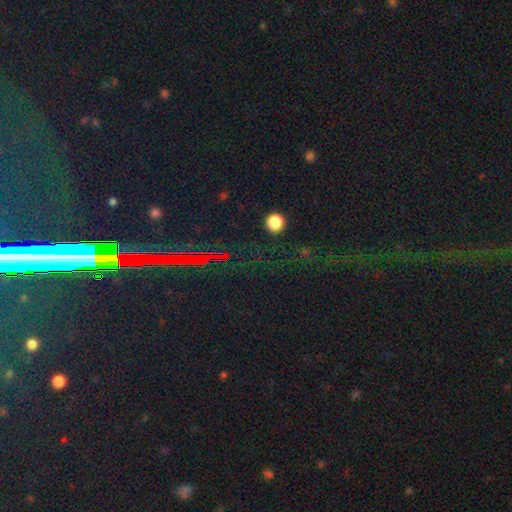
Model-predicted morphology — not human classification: star or artifact 77%, featured or disk 12%, smooth 11%.